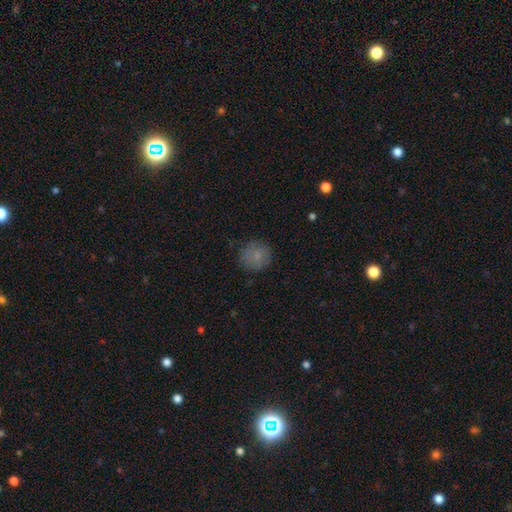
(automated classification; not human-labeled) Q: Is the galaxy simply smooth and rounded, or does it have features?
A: smooth — 80%.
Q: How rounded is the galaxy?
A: round — 91%.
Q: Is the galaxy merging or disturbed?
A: none — 81%.